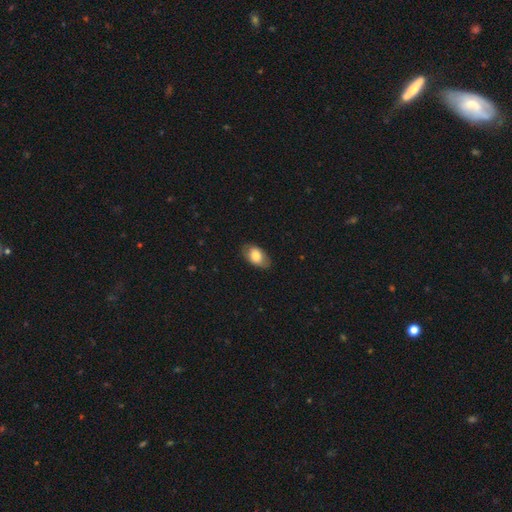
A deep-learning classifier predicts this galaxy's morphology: This appears to be a smooth galaxy with no disk features (77%) that is in between round and cigar-shaped (91%). Merging: none (80%).